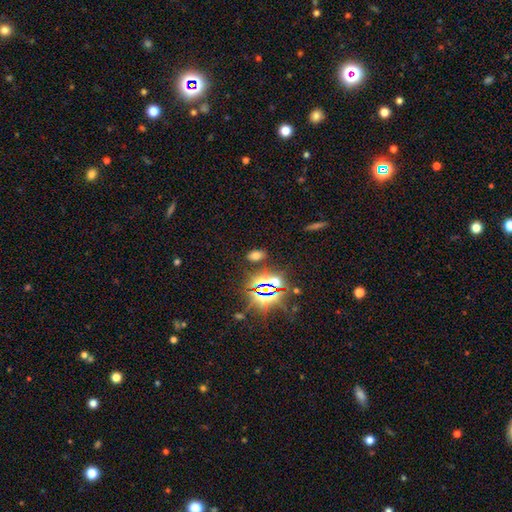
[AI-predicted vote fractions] A smooth galaxy with no disk features (58%) that is in between round and cigar-shaped (88%).

Vote fractions:
- Smooth or featured? smooth: 58% / star or artifact: 34% / featured or disk: 8%
- How rounded? in between: 88% / round: 9% / cigar-shaped: 3%
- Merging? none: 85% / minor disturbance: 8% / merger: 4% / major disturbance: 3%